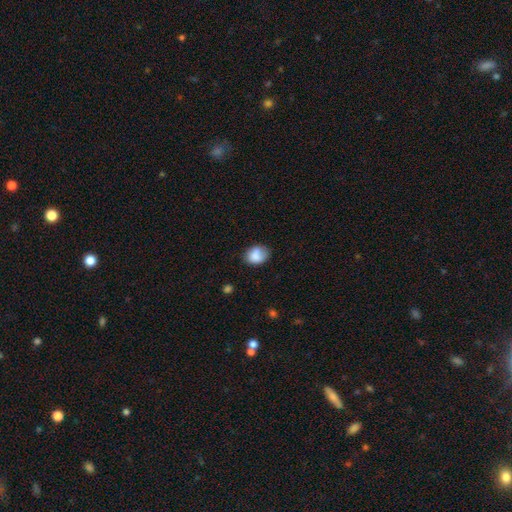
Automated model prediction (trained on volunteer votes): This is clearly a smooth galaxy (81%). How rounded: likely in between (61%). Merging: possibly none (58%).